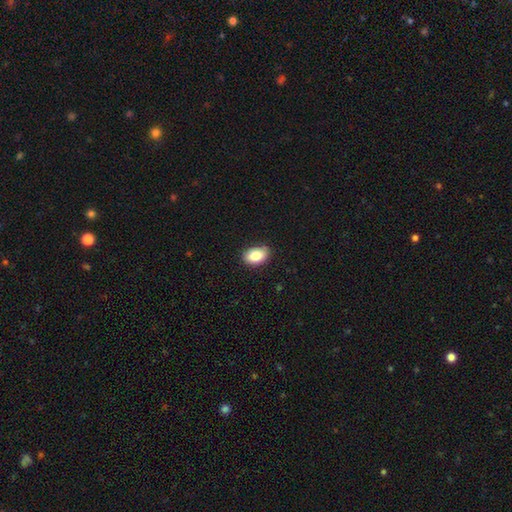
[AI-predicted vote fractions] Morphology: type=smooth (85%); roundness=in between (87%); merging=none (84%).